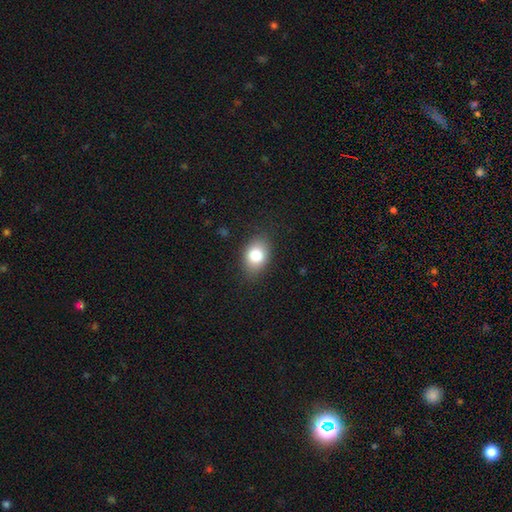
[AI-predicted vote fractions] Smooth or featured? Predicted: smooth (p=0.82). How rounded? Predicted: in between (p=0.75). Merging? Predicted: none (p=0.82).